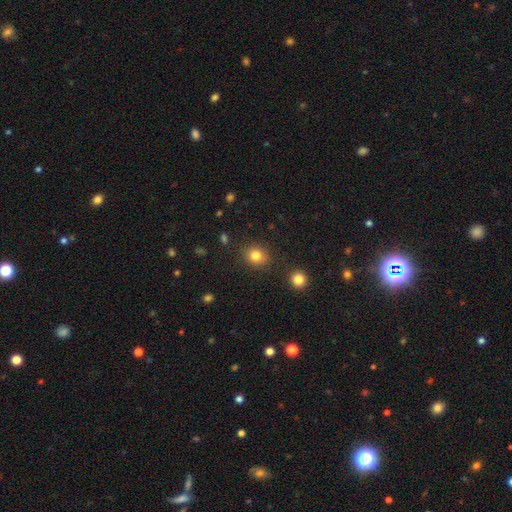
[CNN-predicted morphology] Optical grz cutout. It shows a smooth galaxy with no disk features (82%) that is round (74%). Merging: none (86%).